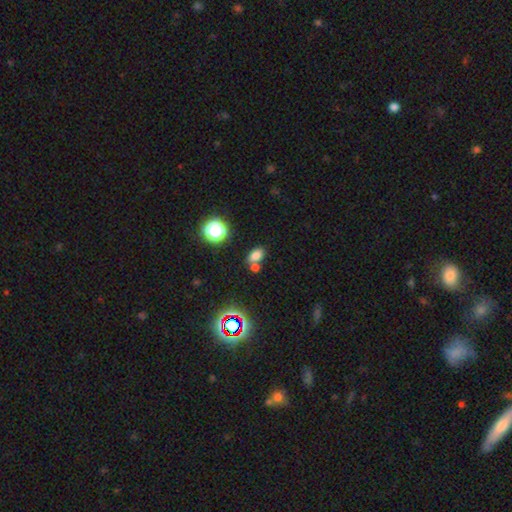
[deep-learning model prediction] smooth_or_featured: smooth (p=0.74) [alt: star or artifact p=0.18]
how_rounded: in between (p=0.81) [alt: round p=0.16]
merging: none (p=0.56) [alt: merger p=0.29]